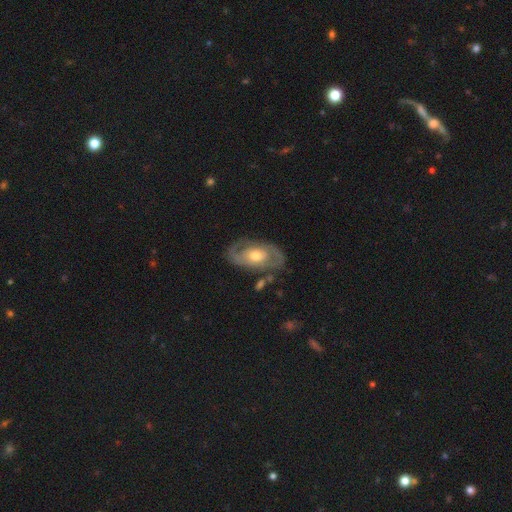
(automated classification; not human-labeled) Smooth or featured? Predicted: featured or disk (p=0.78). Edge-on disk? Predicted: no (p=0.94). Bar? Predicted: no (p=0.66). Spiral arms? Predicted: yes (p=0.80). Spiral winding? Predicted: tight (p=0.45). Spiral arm count? Predicted: 2 (p=0.76). Bulge size? Predicted: moderate (p=0.70). Merging? Predicted: none (p=0.75).